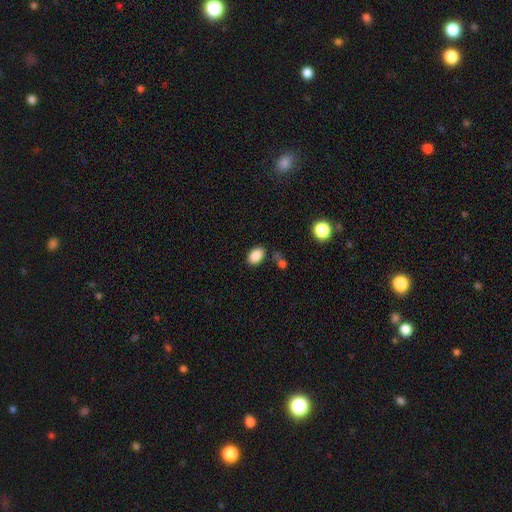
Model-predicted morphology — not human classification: The model was most divided on "merging": none: 79%, minor disturbance: 13%, merger: 5%, major disturbance: 3%. More confident: how rounded — in between (88%); smooth or featured — smooth (87%).